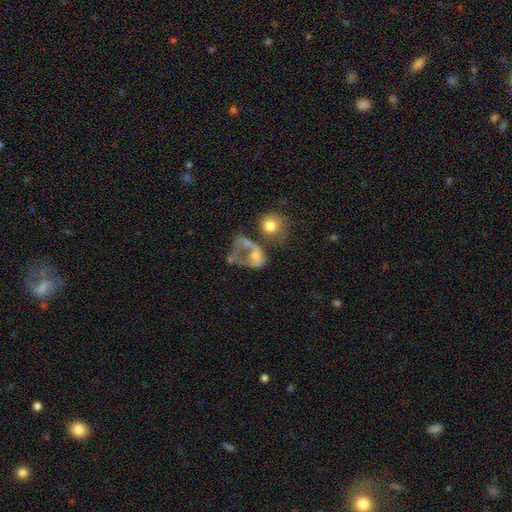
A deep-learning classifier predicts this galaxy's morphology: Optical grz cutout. It shows a featured or disk galaxy (45%). Merging: major disturbance (35%).